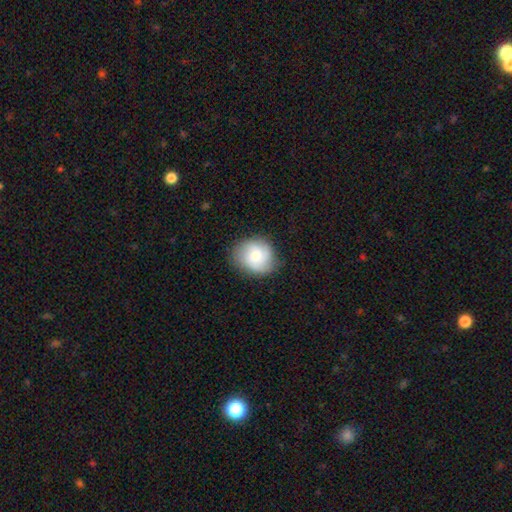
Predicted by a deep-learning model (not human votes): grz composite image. It shows a smooth galaxy with no disk features (54%) that is round (77%). Merging: none (79%).